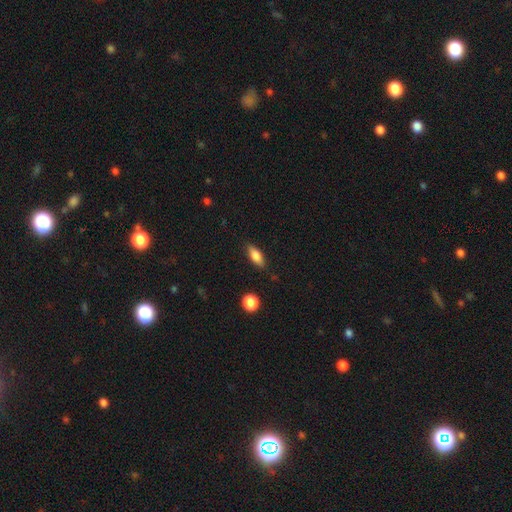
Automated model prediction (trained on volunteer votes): The model was most divided on "how rounded": in between: 73%, cigar-shaped: 23%, round: 4%. More confident: merging — none (83%); smooth or featured — smooth (78%).